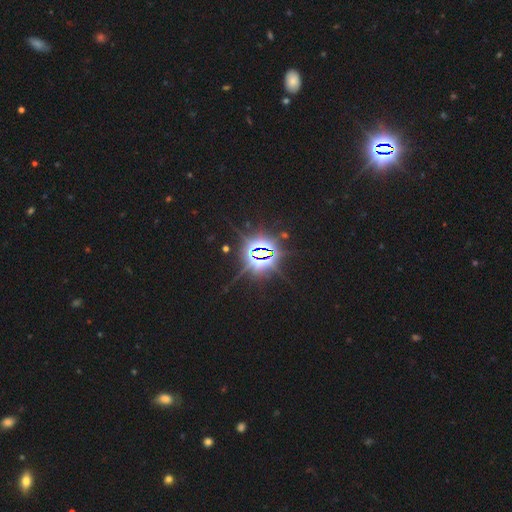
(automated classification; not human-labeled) The model was most divided on "smooth or featured": star or artifact: 87%, featured or disk: 7%, smooth: 6%.